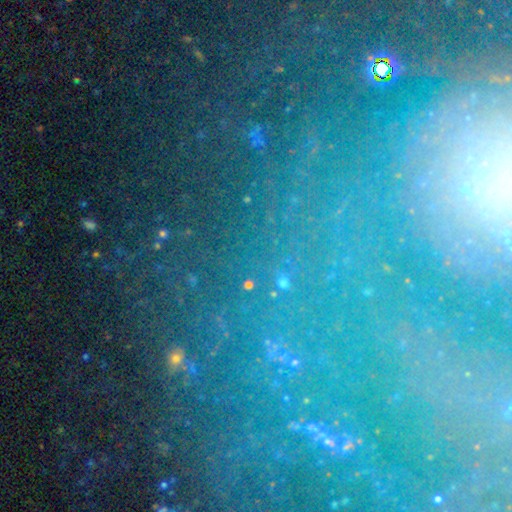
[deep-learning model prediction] smooth_or_featured: star or artifact (p=0.57) [alt: featured or disk p=0.27]